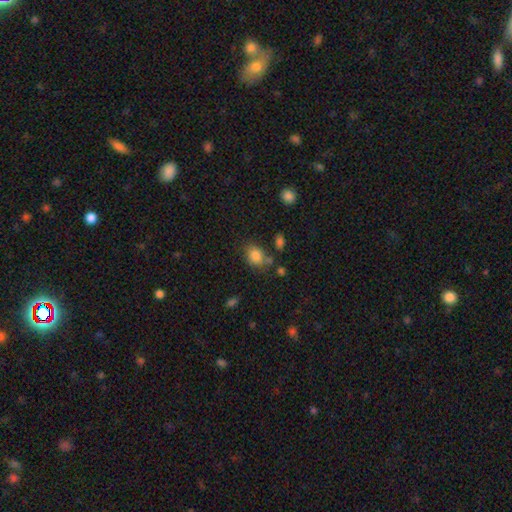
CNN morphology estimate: Q: Smooth or featured?
A: smooth (82%); runner-up: star or artifact (10%)
Q: How rounded?
A: in between (63%); runner-up: round (36%)
Q: Merging?
A: none (57%); runner-up: minor disturbance (22%)